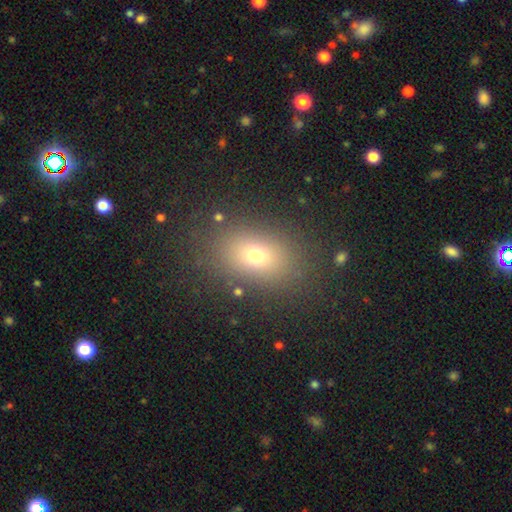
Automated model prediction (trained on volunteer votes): smooth_or_featured: smooth (p=0.69) [alt: star or artifact p=0.18]
how_rounded: in between (p=0.74) [alt: round p=0.24]
merging: none (p=0.85) [alt: minor disturbance p=0.09]